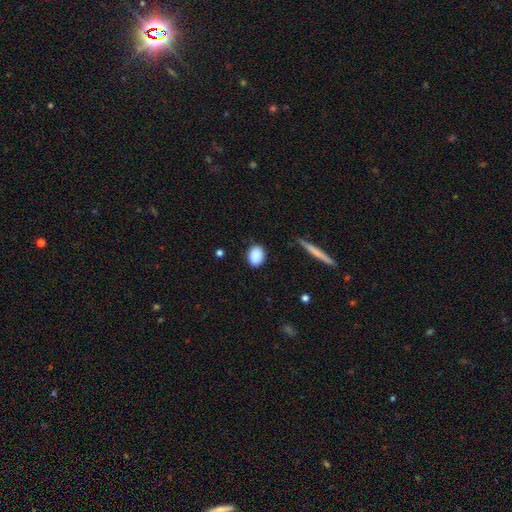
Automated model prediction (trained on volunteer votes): Morphology: type=smooth (89%); roundness=in between (70%); merging=none (83%).